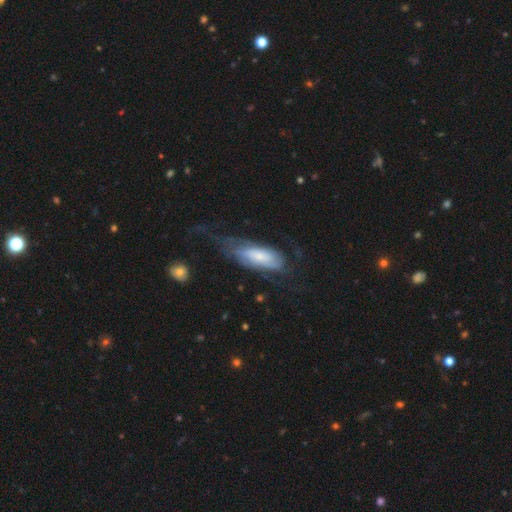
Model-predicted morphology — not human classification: This is possibly a featured or disk galaxy (58%). It is clearly not viewed edge-on (81%). Merging: possibly none (48%).